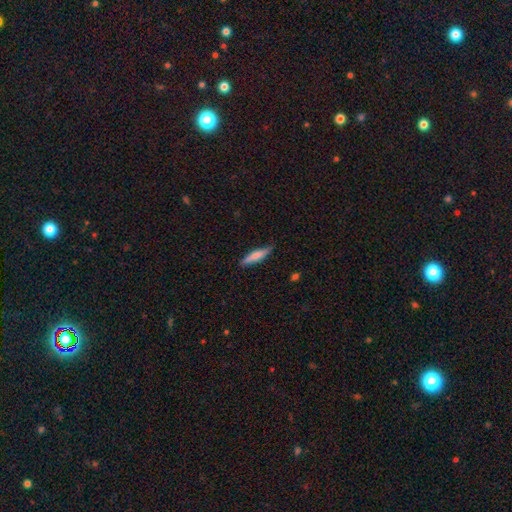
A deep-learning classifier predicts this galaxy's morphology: smooth_or_featured: smooth (p=0.68) [alt: featured or disk p=0.26]
how_rounded: cigar-shaped (p=0.82) [alt: in between p=0.17]
merging: none (p=0.81) [alt: minor disturbance p=0.15]